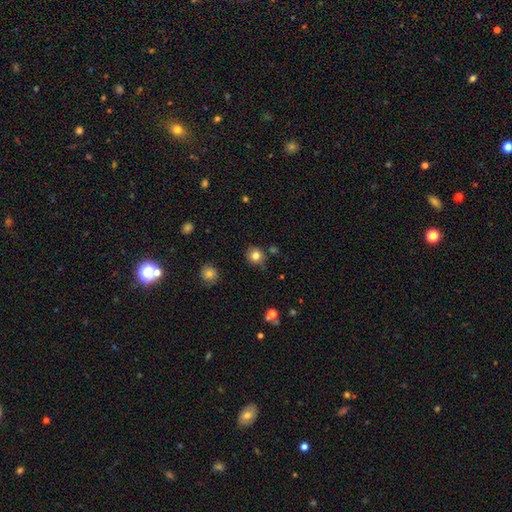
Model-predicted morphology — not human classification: Q: Smooth or featured?
A: smooth (82%); runner-up: star or artifact (12%)
Q: How rounded?
A: round (89%); runner-up: in between (10%)
Q: Merging?
A: none (80%); runner-up: minor disturbance (13%)